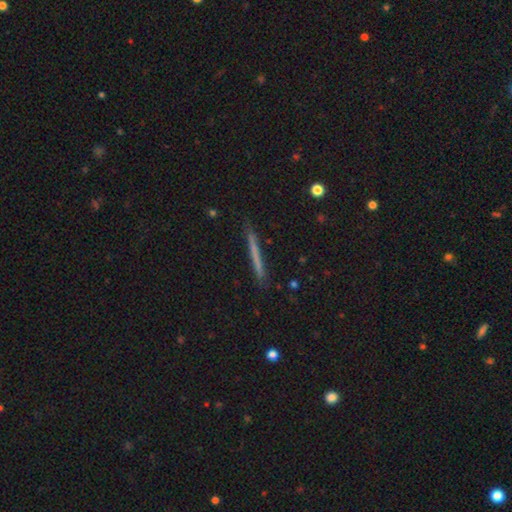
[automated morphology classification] A smooth galaxy with no disk features (57%) that is cigar-shaped (96%).

Vote fractions:
- Smooth or featured? smooth: 57% / featured or disk: 35% / star or artifact: 7%
- How rounded? cigar-shaped: 96% / in between: 2% / round: 2%
- Merging? none: 88% / minor disturbance: 9% / major disturbance: 2% / merger: 1%